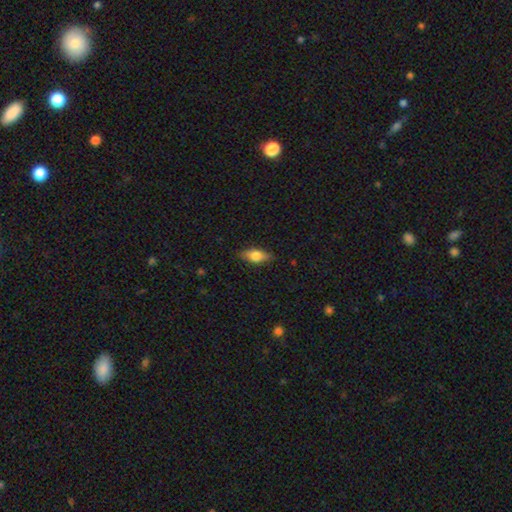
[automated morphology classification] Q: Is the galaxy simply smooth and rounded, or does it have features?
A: smooth — 71%.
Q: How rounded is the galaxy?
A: in between — 82%.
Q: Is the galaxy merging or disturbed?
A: none — 84%.